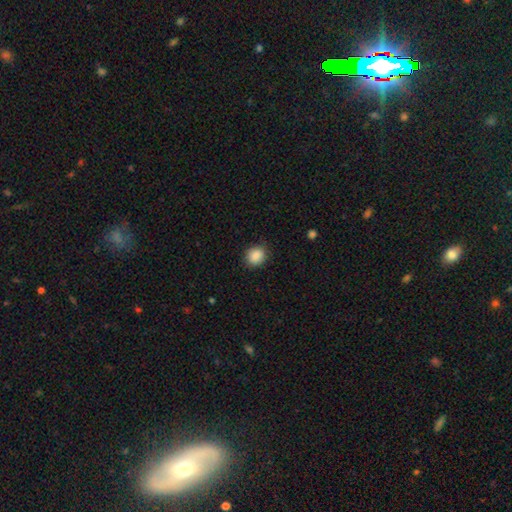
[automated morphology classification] The model was most divided on "how rounded": round: 75%, in between: 24%, cigar-shaped: 1%. More confident: smooth or featured — smooth (89%); merging — none (86%).